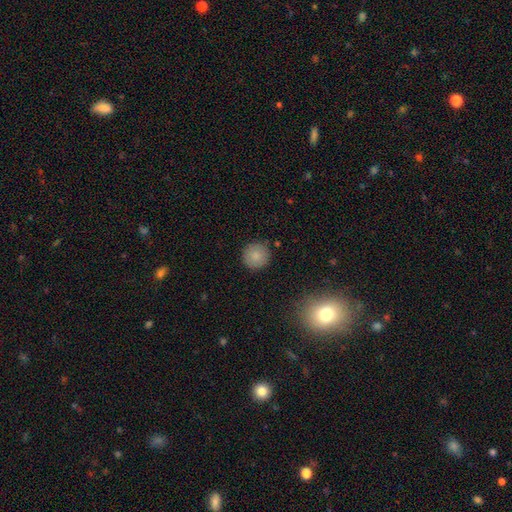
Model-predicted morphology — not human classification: Q: Smooth or featured?
A: smooth (85%); runner-up: star or artifact (9%)
Q: How rounded?
A: round (95%); runner-up: in between (4%)
Q: Merging?
A: none (90%); runner-up: minor disturbance (7%)